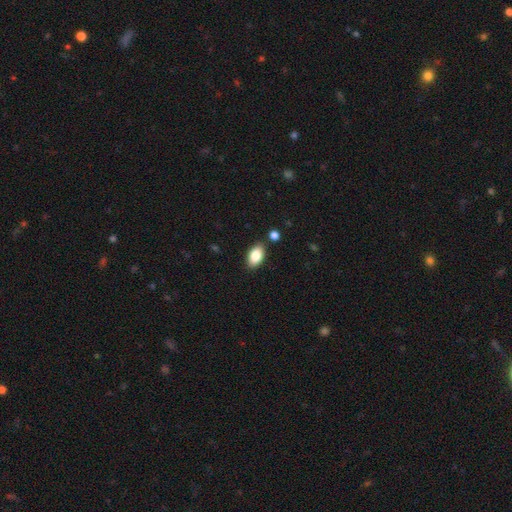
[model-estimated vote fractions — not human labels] smooth 86%, featured or disk 8%, star or artifact 7%. Down the decision tree: how rounded — in between (93%); merging — none (84%).